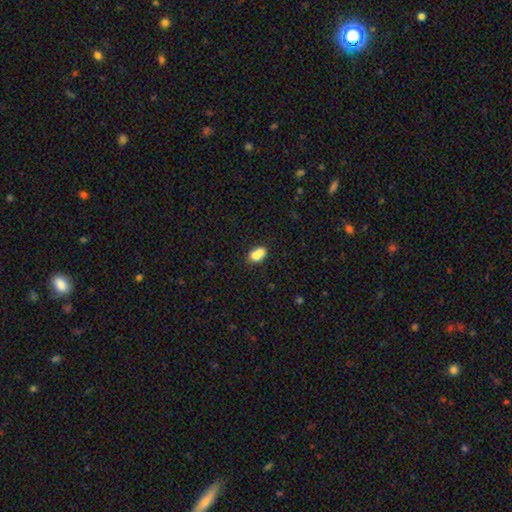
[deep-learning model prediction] This is likely a smooth galaxy (73%). How rounded: likely in between (68%). Merging: possibly merger (58%).